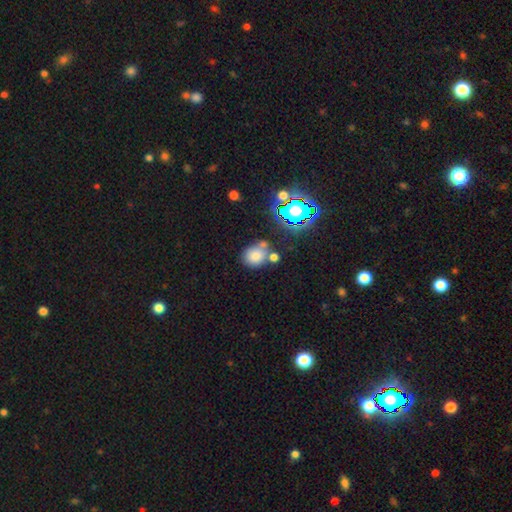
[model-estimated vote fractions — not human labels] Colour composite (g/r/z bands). It shows a smooth galaxy with no disk features (76%) that is round (60%). Merging: none (59%).